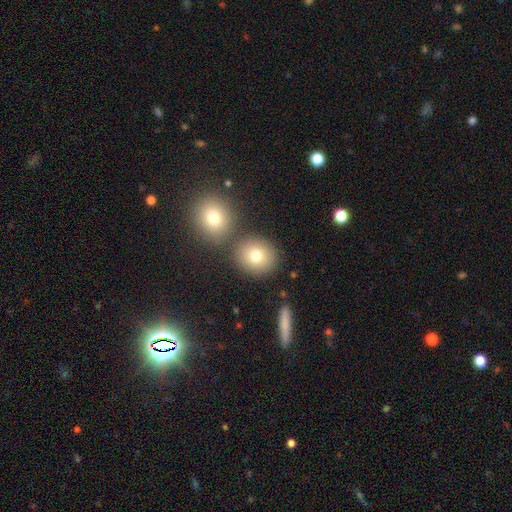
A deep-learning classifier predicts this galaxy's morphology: Smooth or featured?
  - smooth: 77% *
  - star or artifact: 12%
  - featured or disk: 11%
How rounded?
  - round: 79% *
  - in between: 20%
  - cigar-shaped: 1%
Merging?
  - none: 76% *
  - merger: 13%
  - minor disturbance: 9%
  - major disturbance: 3%